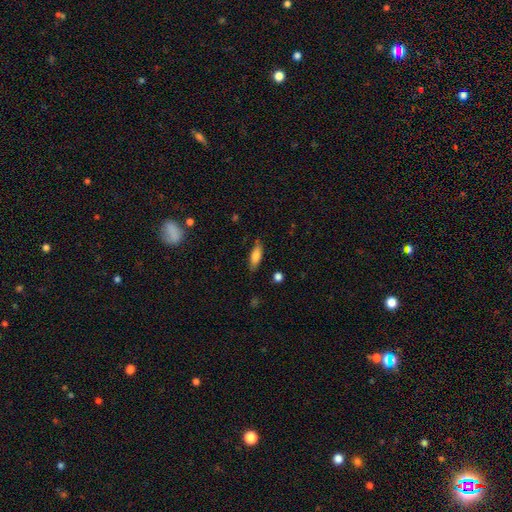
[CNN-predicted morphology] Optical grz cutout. It shows a smooth galaxy with no disk features (78%) that is in between round and cigar-shaped (64%). Merging: none (80%).